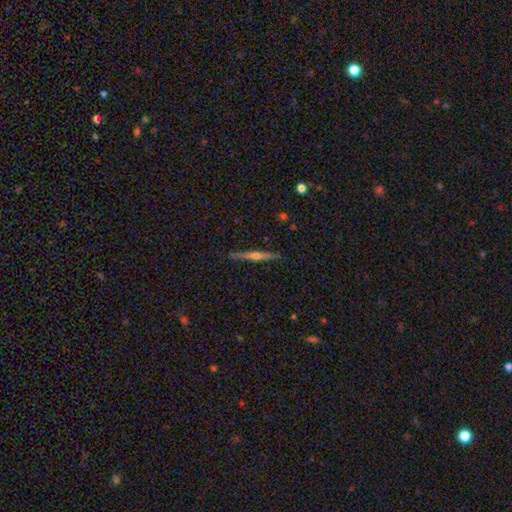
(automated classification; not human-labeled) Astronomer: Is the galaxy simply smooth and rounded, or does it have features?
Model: featured or disk — 75%.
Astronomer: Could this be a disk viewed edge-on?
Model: yes — 98%.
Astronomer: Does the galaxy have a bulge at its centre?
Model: rounded — 83%.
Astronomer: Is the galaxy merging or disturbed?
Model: none — 91%.